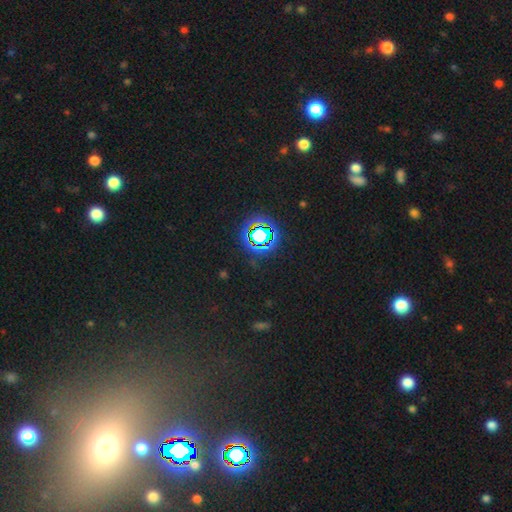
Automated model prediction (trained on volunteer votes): Smooth or featured?
  - star or artifact: 72% *
  - smooth: 18%
  - featured or disk: 10%